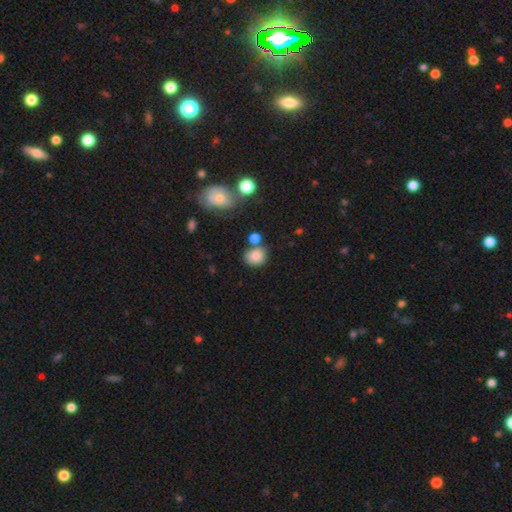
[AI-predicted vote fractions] A smooth galaxy with no disk features (83%) that is round (72%).

Vote fractions:
- Smooth or featured? smooth: 83% / star or artifact: 10% / featured or disk: 7%
- How rounded? round: 72% / in between: 27% / cigar-shaped: 1%
- Merging? none: 62% / minor disturbance: 17% / merger: 15% / major disturbance: 6%